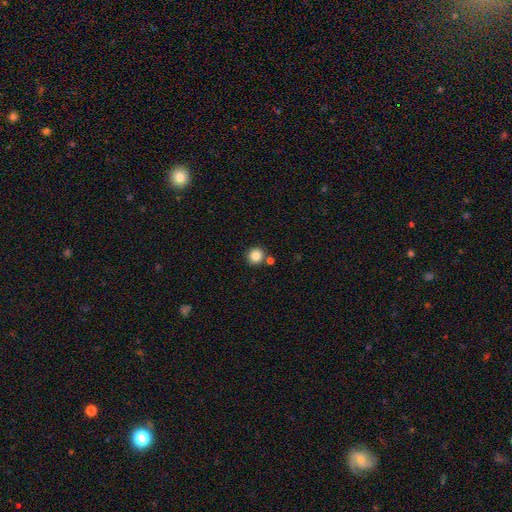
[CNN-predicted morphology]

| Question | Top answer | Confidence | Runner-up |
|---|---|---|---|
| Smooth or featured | smooth | 85% | star or artifact (11%) |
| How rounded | round | 93% | in between (6%) |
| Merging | none | 82% | merger (10%) |